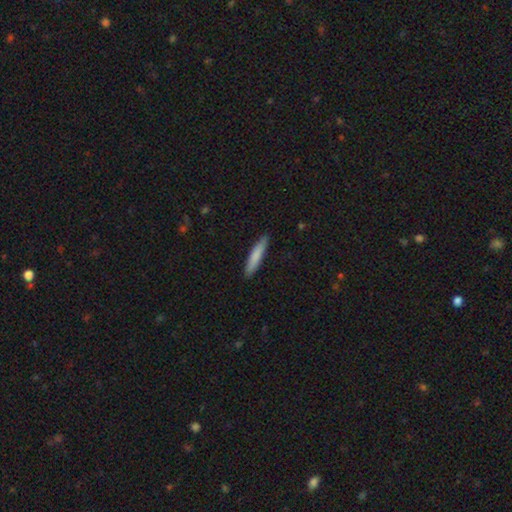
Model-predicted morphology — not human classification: Smooth or featured?
  - smooth: 81% *
  - featured or disk: 14%
  - star or artifact: 5%
How rounded?
  - cigar-shaped: 90% *
  - in between: 8%
  - round: 1%
Merging?
  - none: 89% *
  - minor disturbance: 8%
  - major disturbance: 2%
  - merger: 1%